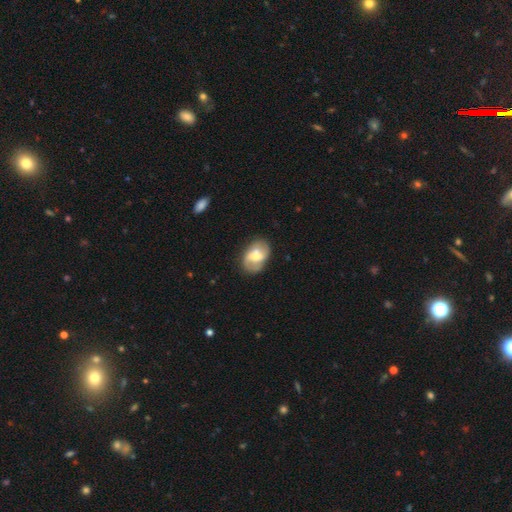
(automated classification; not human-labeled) Smooth or featured: featured or disk — 61% (smooth — 32%)
Edge-on disk: no — 97% (yes — 3%)
Bar: weak — 50% (no — 34%)
Spiral arms: yes — 81% (no — 19%)
Bulge size: moderate — 56% (small — 27%)
Merging: none — 68% (minor disturbance — 21%)